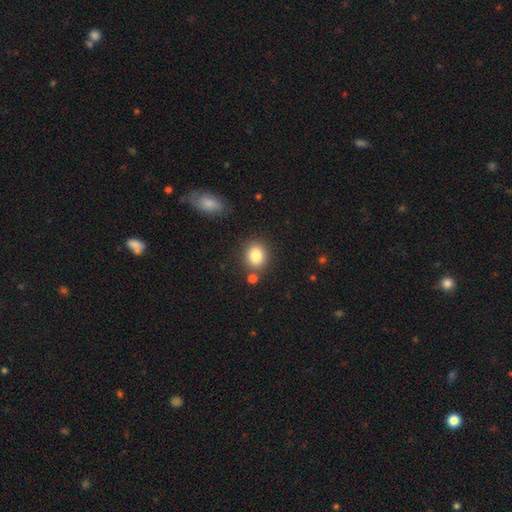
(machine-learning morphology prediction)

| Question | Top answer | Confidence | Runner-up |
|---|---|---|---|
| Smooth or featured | smooth | 85% | star or artifact (9%) |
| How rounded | round | 60% | in between (39%) |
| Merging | none | 78% | minor disturbance (10%) |